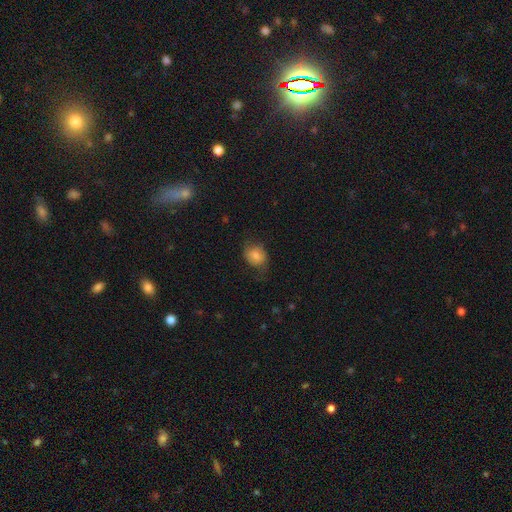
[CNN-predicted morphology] This appears to be a smooth galaxy with no disk features (74%) that is round (54%). Merging: none (60%).